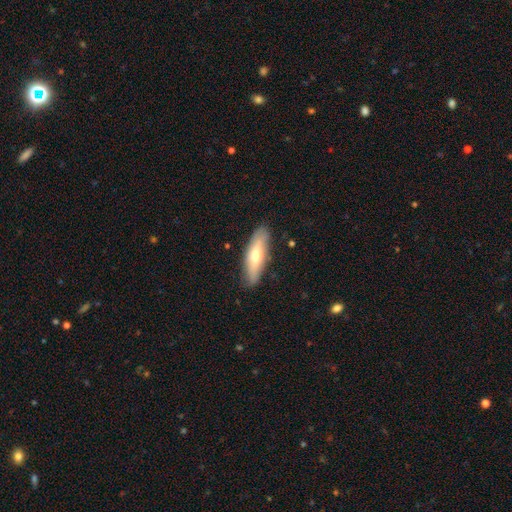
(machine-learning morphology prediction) This appears to be a smooth galaxy with no disk features (56%) that is cigar-shaped (54%). Merging: none (83%).